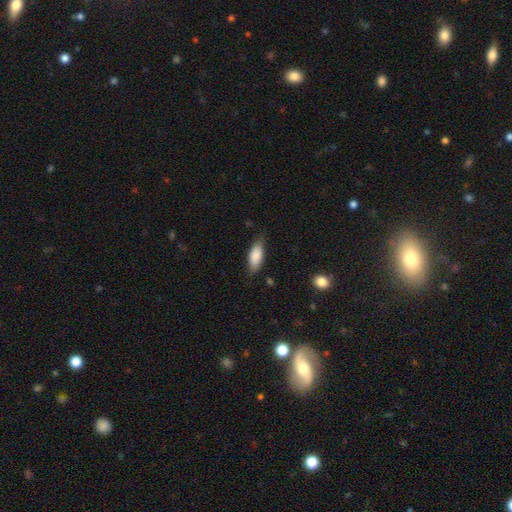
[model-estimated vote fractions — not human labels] smooth 86%, featured or disk 8%, star or artifact 6%. Down the decision tree: how rounded — in between (77%); merging — none (75%).